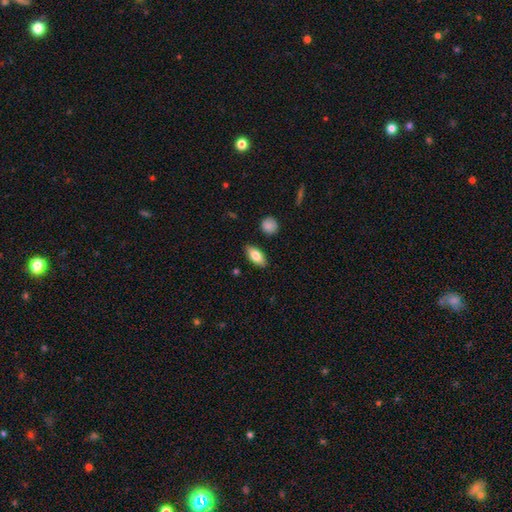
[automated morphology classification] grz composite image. It shows a smooth galaxy with no disk features (78%) that is in between round and cigar-shaped (83%). Merging: none (86%).